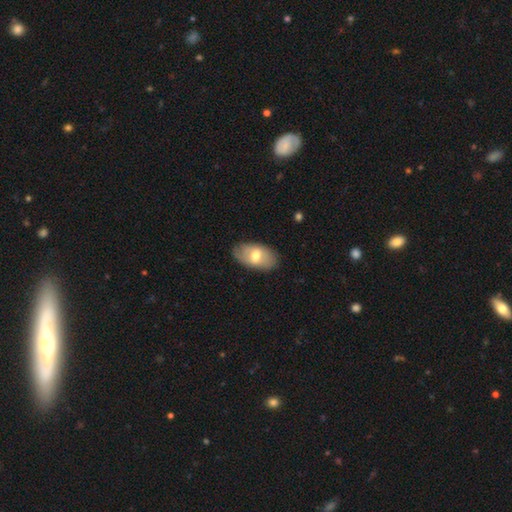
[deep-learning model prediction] A smooth galaxy with no disk features (60%) that is in between round and cigar-shaped (92%).

Vote fractions:
- Smooth or featured? smooth: 60% / featured or disk: 34% / star or artifact: 6%
- How rounded? in between: 92% / round: 6% / cigar-shaped: 2%
- Merging? none: 81% / minor disturbance: 15% / major disturbance: 3% / merger: 1%